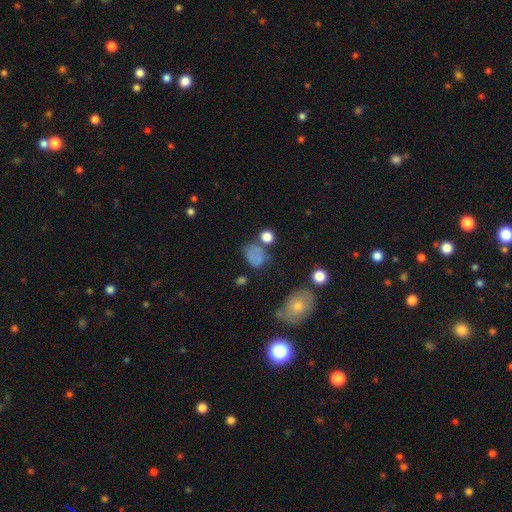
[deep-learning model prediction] Smooth or featured? Predicted: smooth (p=0.67). How rounded? Predicted: in between (p=0.55). Merging? Predicted: none (p=0.44).